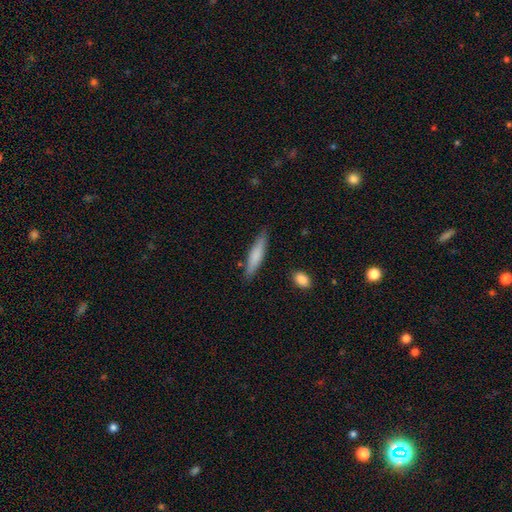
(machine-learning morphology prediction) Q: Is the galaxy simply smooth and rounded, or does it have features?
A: smooth — 75%.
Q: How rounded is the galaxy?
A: cigar-shaped — 81%.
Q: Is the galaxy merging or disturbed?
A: none — 83%.